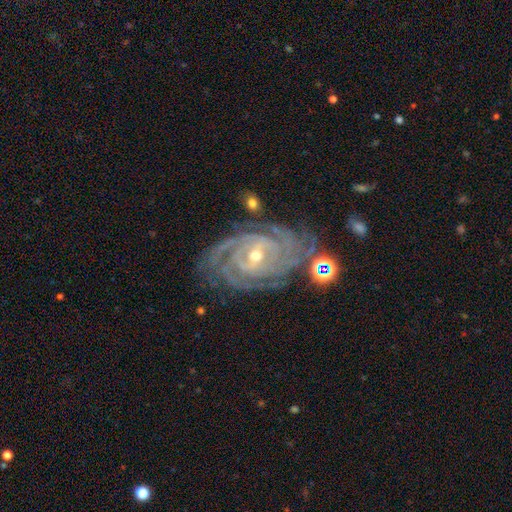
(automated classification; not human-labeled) Smooth or featured: featured or disk — 91% (star or artifact — 6%)
Edge-on disk: no — 97% (yes — 3%)
Bar: weak — 41% (no — 33%)
Spiral arms: yes — 99% (no — 1%)
Spiral winding: tight — 82% (medium — 16%)
Spiral arm count: 3 — 28% (4 — 26%)
Bulge size: small — 57% (moderate — 40%)
Merging: none — 73% (minor disturbance — 17%)